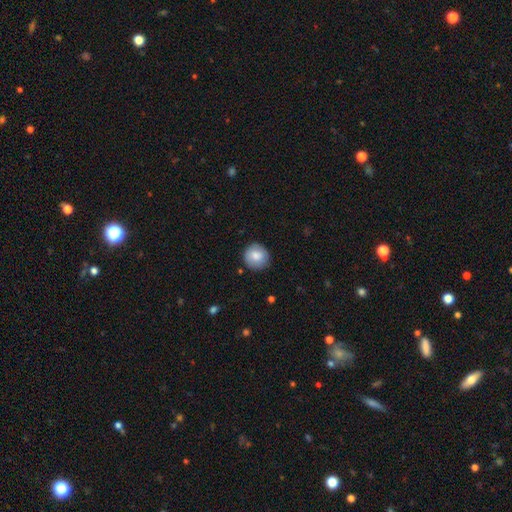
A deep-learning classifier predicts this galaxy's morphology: smooth_or_featured: smooth (p=0.80) [alt: featured or disk p=0.12]
how_rounded: round (p=0.91) [alt: in between p=0.08]
merging: none (p=0.85) [alt: minor disturbance p=0.12]